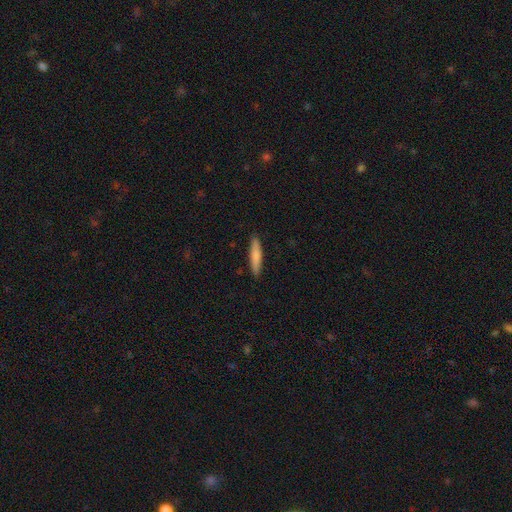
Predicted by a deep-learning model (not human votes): smooth 79%, featured or disk 16%, star or artifact 5%. Down the decision tree: how rounded — cigar-shaped (88%); merging — none (90%).